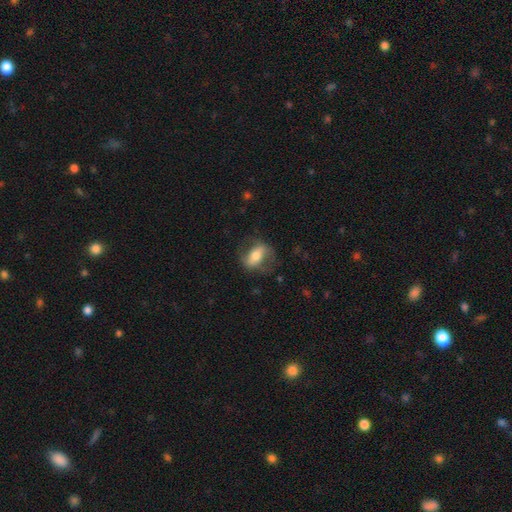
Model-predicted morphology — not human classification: type=featured or disk (48%); merging=none (67%).